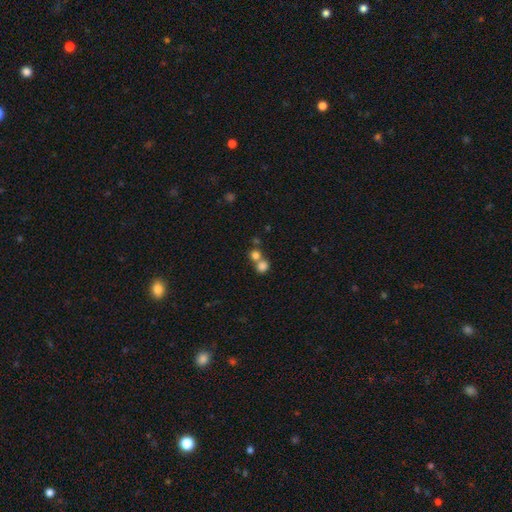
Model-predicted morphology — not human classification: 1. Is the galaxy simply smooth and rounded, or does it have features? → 78% smooth, 13% star or artifact, 9% featured or disk.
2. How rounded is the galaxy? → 84% round, 15% in between, 1% cigar-shaped.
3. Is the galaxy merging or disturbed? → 49% merger, 42% none, 6% minor disturbance, 3% major disturbance.